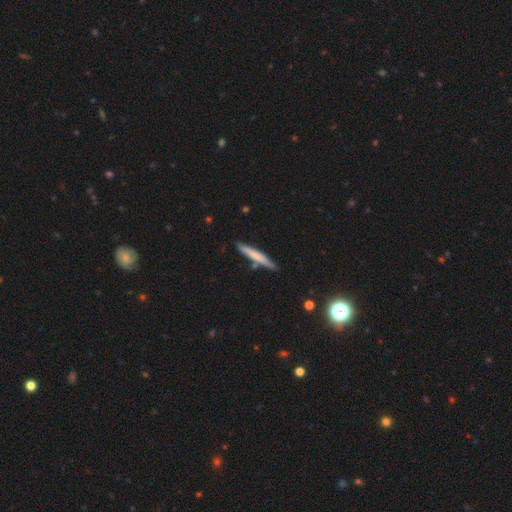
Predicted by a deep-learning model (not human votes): Smooth or featured? Predicted: smooth (p=0.63). How rounded? Predicted: cigar-shaped (p=0.95). Merging? Predicted: none (p=0.81).